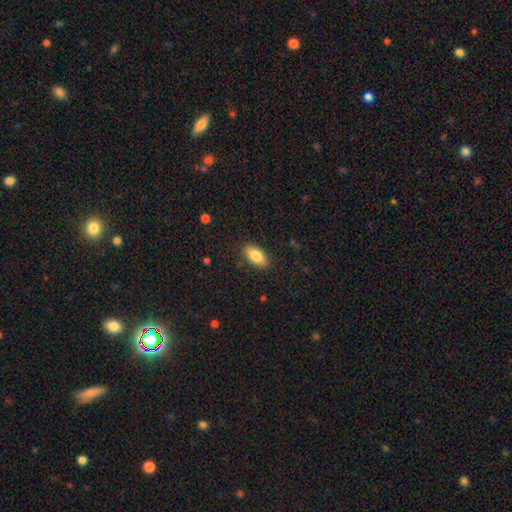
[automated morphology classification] smooth-or-featured: smooth: 83% | featured or disk: 10% | star or artifact: 7%
  how-rounded: in between: 91% | cigar-shaped: 6% | round: 3%
  merging: none: 87% | minor disturbance: 10% | major disturbance: 2% | merger: 1%